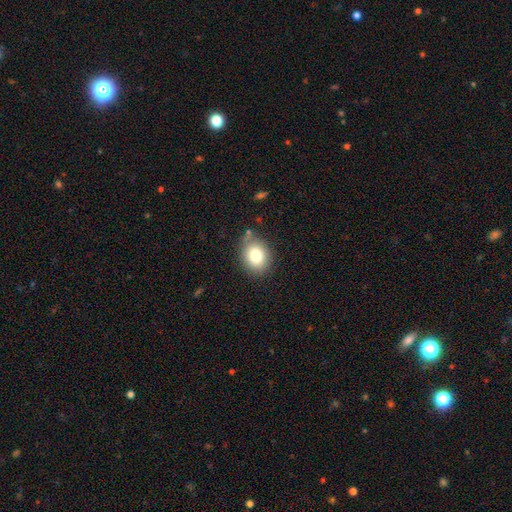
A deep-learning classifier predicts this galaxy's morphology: Smooth or featured? smooth (80%)
How rounded? in between (55%)
Merging? none (76%)